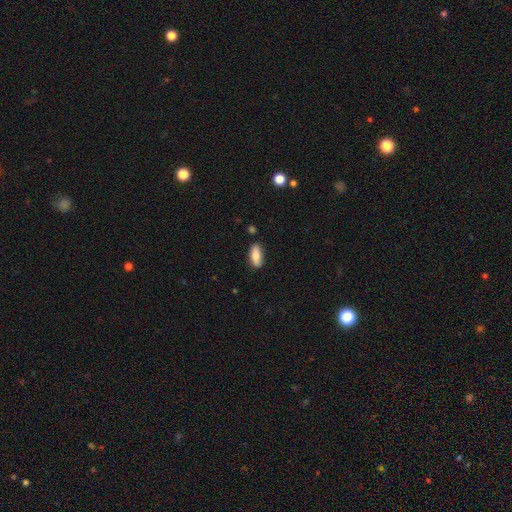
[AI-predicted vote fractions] This appears to be a smooth galaxy with no disk features (84%) that is in between round and cigar-shaped (81%). Merging: none (84%).